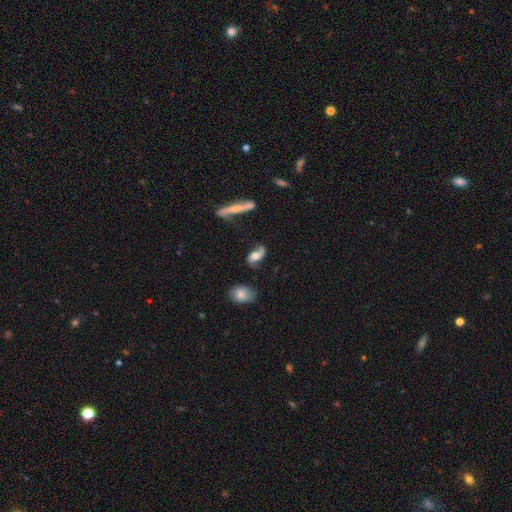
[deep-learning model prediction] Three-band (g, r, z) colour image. It shows a featured or disk galaxy (67%) with no bar (63%), 2 (86%) loose (68%) spiral arms (90%) and a moderate central bulge (38%). Merging: none (57%).